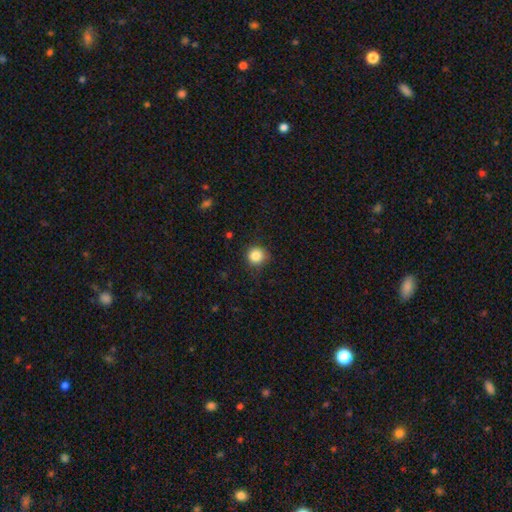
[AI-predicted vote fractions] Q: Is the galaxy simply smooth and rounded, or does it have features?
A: smooth — 86%.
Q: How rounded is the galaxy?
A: round — 93%.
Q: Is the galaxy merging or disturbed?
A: none — 84%.